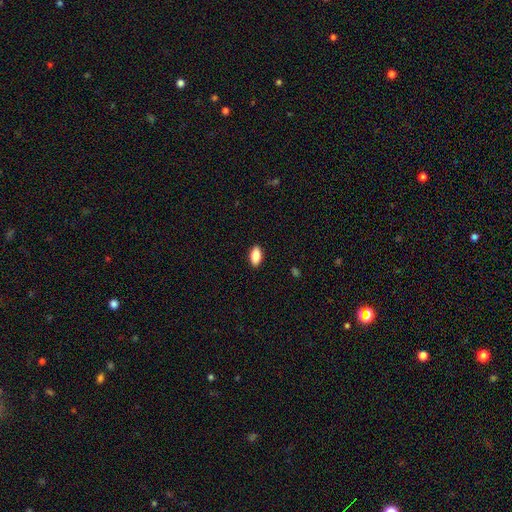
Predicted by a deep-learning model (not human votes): Smooth or featured: smooth — 87% (star or artifact — 7%)
How rounded: in between — 92% (cigar-shaped — 5%)
Merging: none — 90% (minor disturbance — 7%)